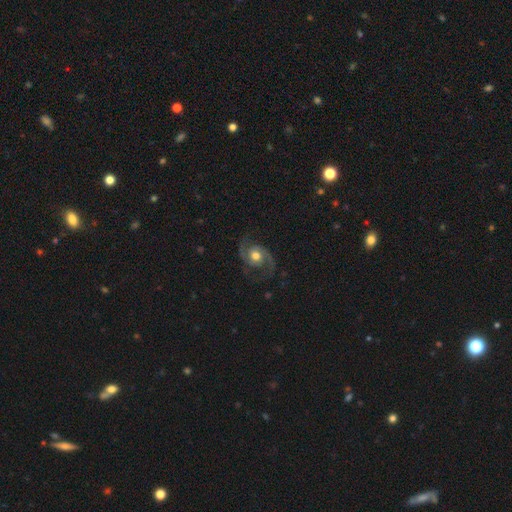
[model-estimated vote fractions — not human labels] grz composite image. It shows a featured or disk galaxy (88%) with no bar (71%), 2 (94%) medium (57%) spiral arms (97%) and a moderate central bulge (70%). Merging: none (78%).